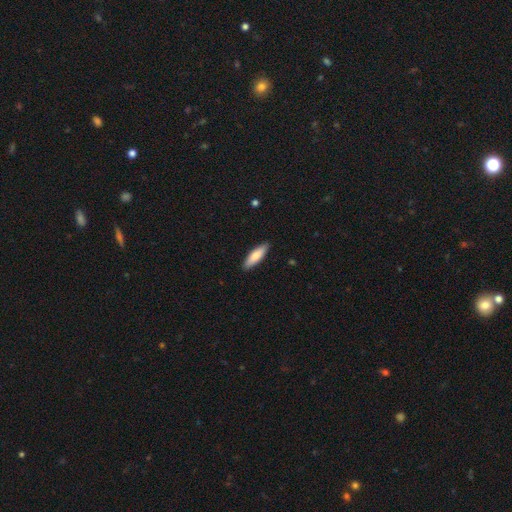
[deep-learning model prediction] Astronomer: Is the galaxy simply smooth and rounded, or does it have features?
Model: smooth — 78%.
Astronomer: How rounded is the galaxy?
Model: cigar-shaped — 54% (runner-up: in between, 44%).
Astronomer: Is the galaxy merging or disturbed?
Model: none — 90%.